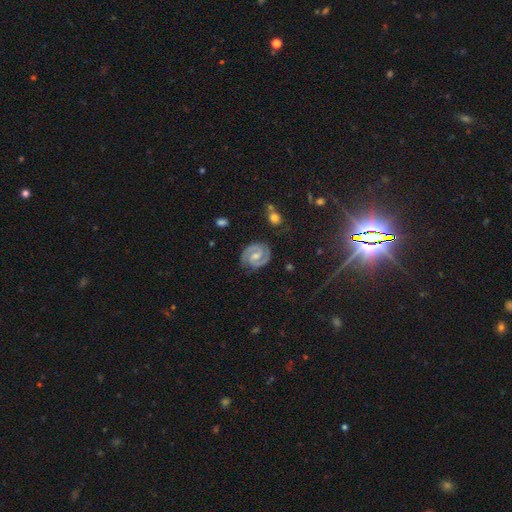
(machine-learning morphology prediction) A featured or disk galaxy (89%) with a weak bar (52%), 2 (93%) tight (51%) spiral arms (98%) and a moderate central bulge (55%). Merging: none (83%).